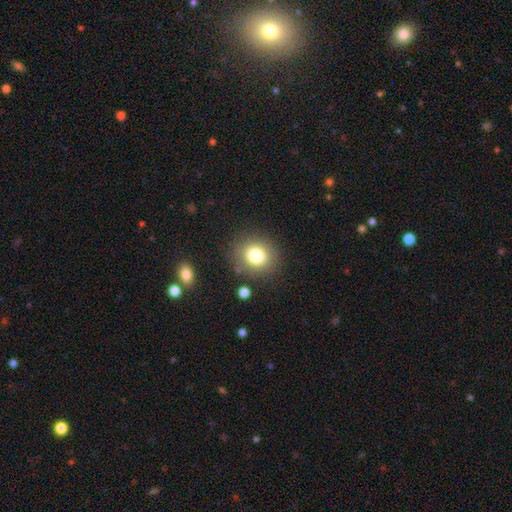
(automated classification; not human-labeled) Morphology: type=smooth (78%); roundness=round (81%); merging=none (83%).